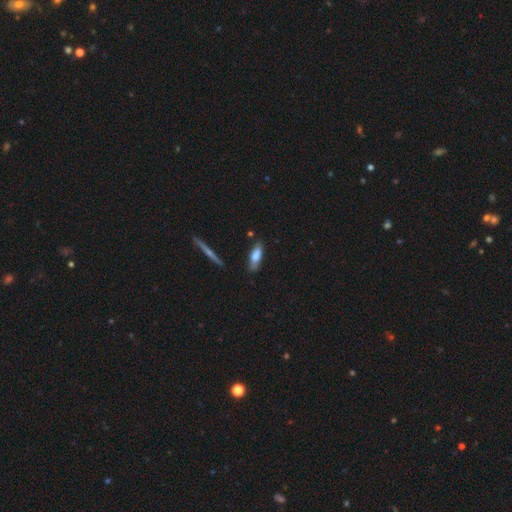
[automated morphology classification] smooth-or-featured: smooth: 70% | featured or disk: 24% | star or artifact: 7%
  how-rounded: in between: 58% | cigar-shaped: 40% | round: 2%
  merging: none: 77% | minor disturbance: 17% | major disturbance: 3% | merger: 3%